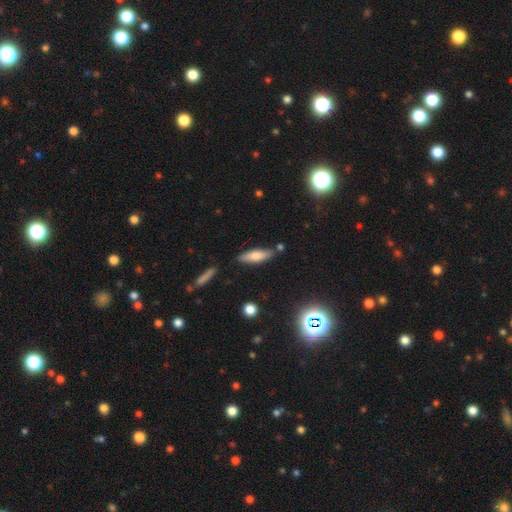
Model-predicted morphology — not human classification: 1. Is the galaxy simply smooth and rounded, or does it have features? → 74% smooth, 18% featured or disk, 8% star or artifact.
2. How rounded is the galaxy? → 52% cigar-shaped, 46% in between, 2% round.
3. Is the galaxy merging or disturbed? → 79% none, 13% minor disturbance, 6% merger, 3% major disturbance.